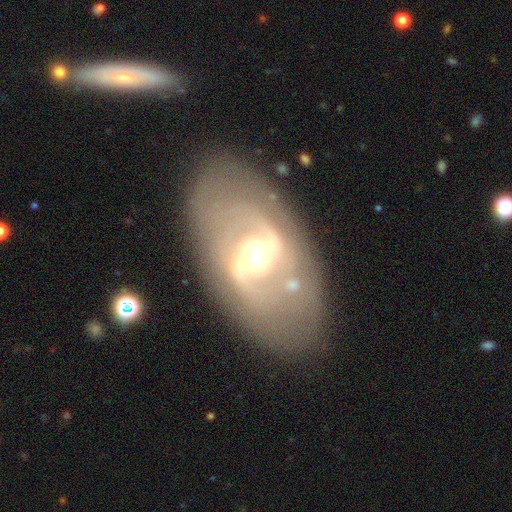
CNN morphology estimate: This appears to be a featured or disk galaxy (85%) with a weak bar (46%), 2 (74%) tight (41%, tied with medium) spiral arms (90%) and a moderate central bulge (63%). Merging: none (78%).